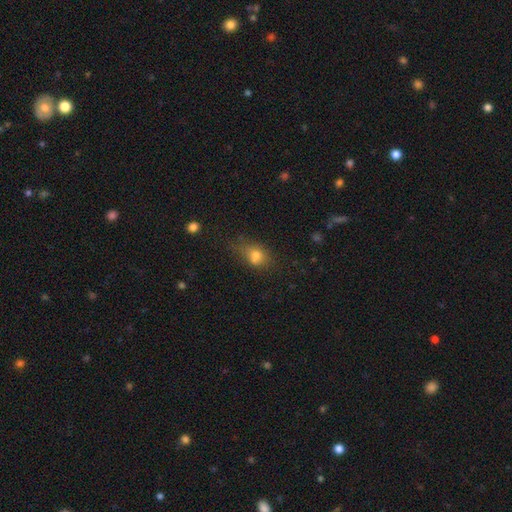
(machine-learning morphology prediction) type=smooth (74%); roundness=in between (58%); merging=none (43%).